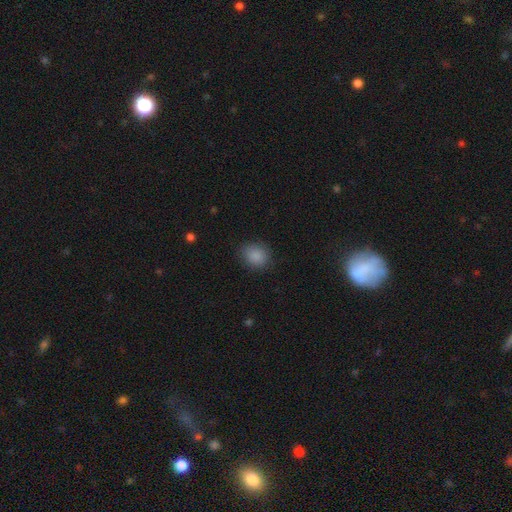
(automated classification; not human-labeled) Morphology: type=smooth (87%); roundness=round (64%); merging=none (83%).